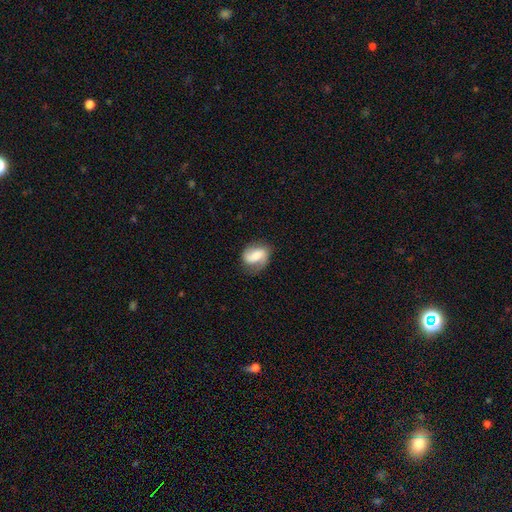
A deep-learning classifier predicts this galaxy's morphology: Q: Smooth or featured?
A: featured or disk (53%); runner-up: smooth (40%)
Q: Edge-on disk?
A: no (96%); runner-up: yes (4%)
Q: Bar?
A: weak (39%); runner-up: no (35%)
Q: Spiral arms?
A: yes (86%); runner-up: no (14%)
Q: Bulge size?
A: moderate (47%); runner-up: small (33%)
Q: Merging?
A: none (68%); runner-up: minor disturbance (22%)